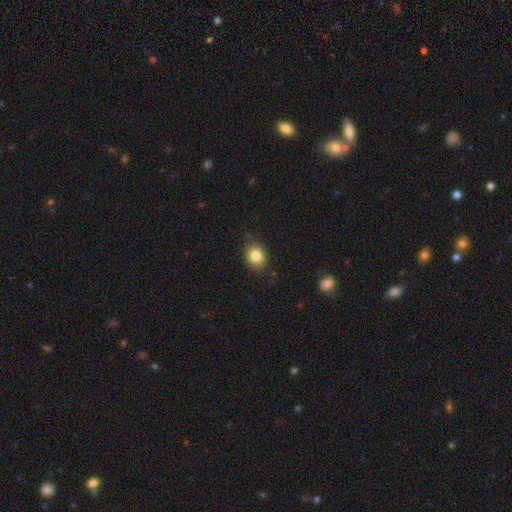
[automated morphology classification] A smooth galaxy with no disk features (83%) that is in between round and cigar-shaped (51%).

Vote fractions:
- Smooth or featured? smooth: 83% / star or artifact: 10% / featured or disk: 7%
- How rounded? in between: 51% / round: 48% / cigar-shaped: 1%
- Merging? none: 84% / minor disturbance: 12% / major disturbance: 3% / merger: 1%